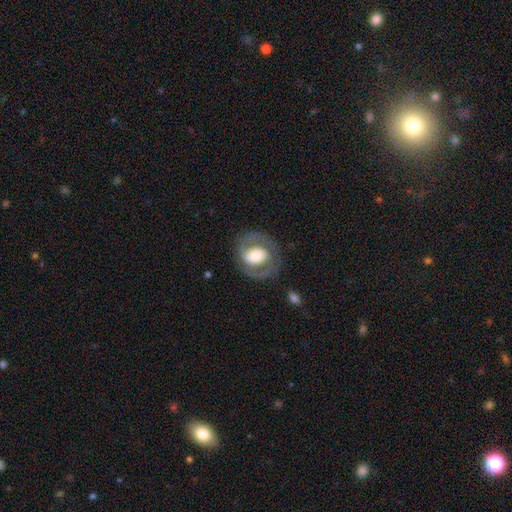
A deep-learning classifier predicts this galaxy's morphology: Overall: featured or disk (63%; smooth 30%). Edge-on disk: no (96%). Bar: no (53%; weak 29%). Spiral arms: yes (65%; no 35%). Bulge size: moderate (44%; large 38%). Merging: none (76%).